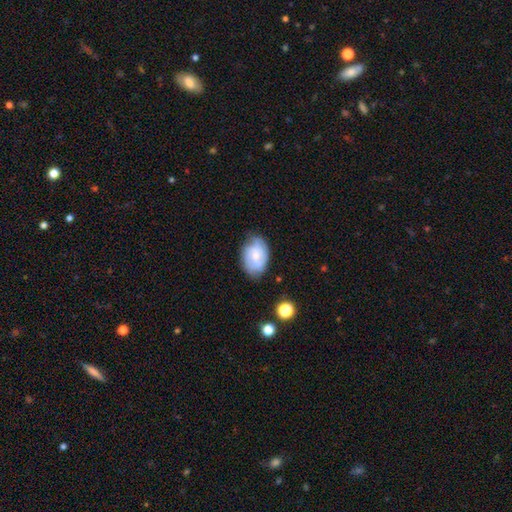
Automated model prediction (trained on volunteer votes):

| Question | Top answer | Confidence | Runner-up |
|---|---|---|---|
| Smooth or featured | featured or disk | 49% | smooth (44%) |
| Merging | none | 64% | minor disturbance (27%) |